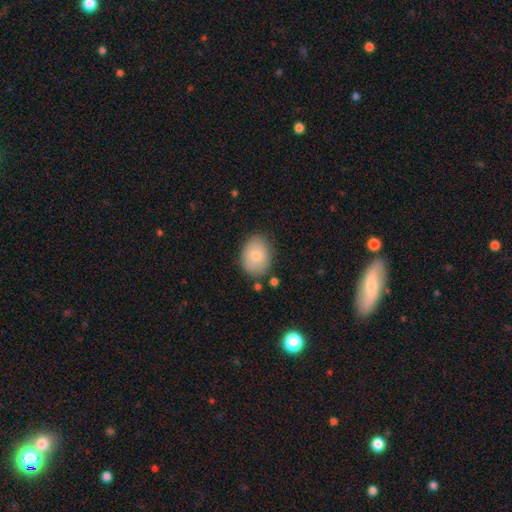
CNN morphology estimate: A smooth galaxy with no disk features (81%) that is in between round and cigar-shaped (69%).

Vote fractions:
- Smooth or featured? smooth: 81% / featured or disk: 11% / star or artifact: 7%
- How rounded? in between: 69% / round: 30% / cigar-shaped: 1%
- Merging? none: 77% / minor disturbance: 16% / major disturbance: 4% / merger: 3%